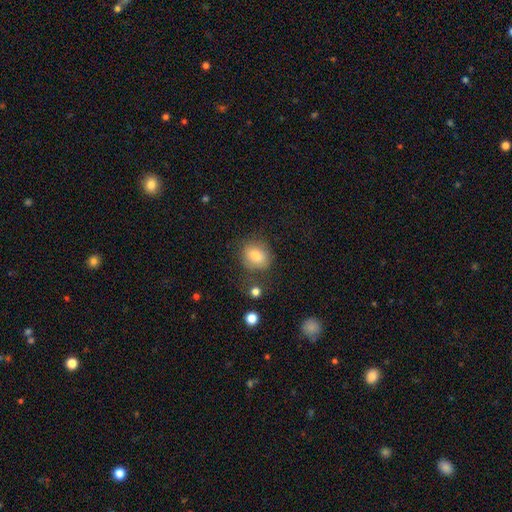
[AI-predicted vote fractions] Smooth or featured?
  - smooth: 80% *
  - featured or disk: 10%
  - star or artifact: 10%
How rounded?
  - round: 63% *
  - in between: 36%
  - cigar-shaped: 1%
Merging?
  - none: 71% *
  - minor disturbance: 17%
  - major disturbance: 7%
  - merger: 5%